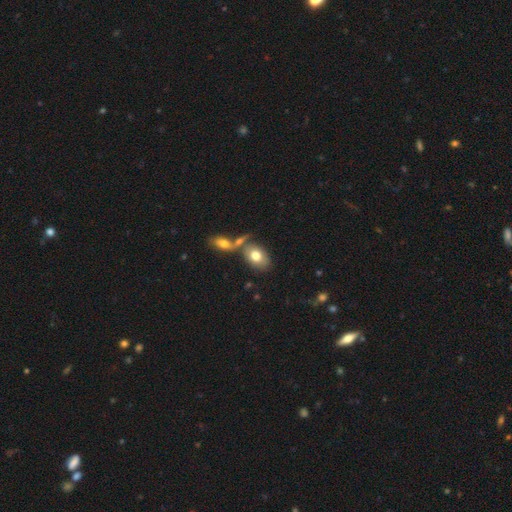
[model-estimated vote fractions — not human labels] Q: Smooth or featured?
A: smooth (76%); runner-up: featured or disk (17%)
Q: How rounded?
A: in between (84%); runner-up: round (14%)
Q: Merging?
A: none (47%); runner-up: merger (36%)